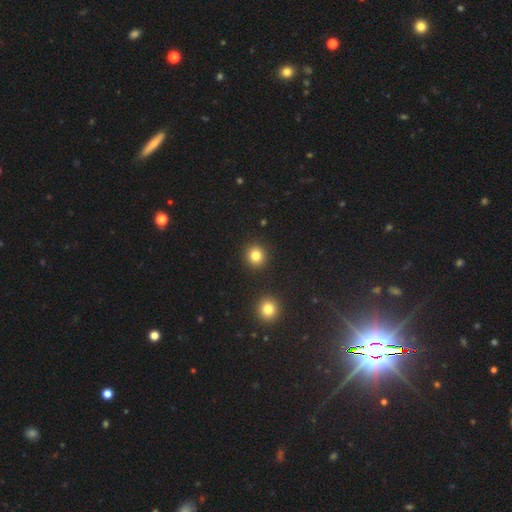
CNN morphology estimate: Smooth or featured? Predicted: smooth (p=0.82). How rounded? Predicted: round (p=0.91). Merging? Predicted: none (p=0.90).